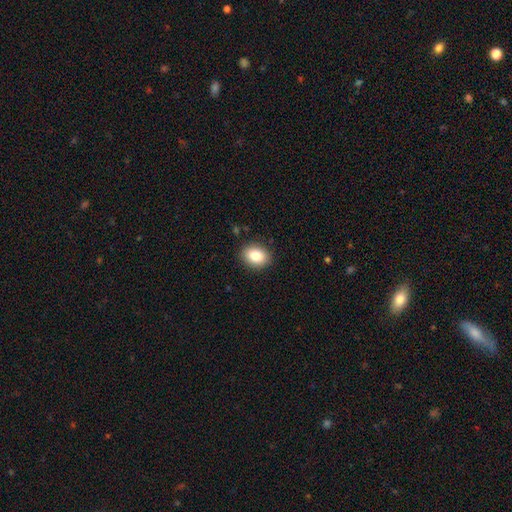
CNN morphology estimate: Smooth or featured? Predicted: smooth (p=0.83). How rounded? Predicted: in between (p=0.61). Merging? Predicted: none (p=0.89).